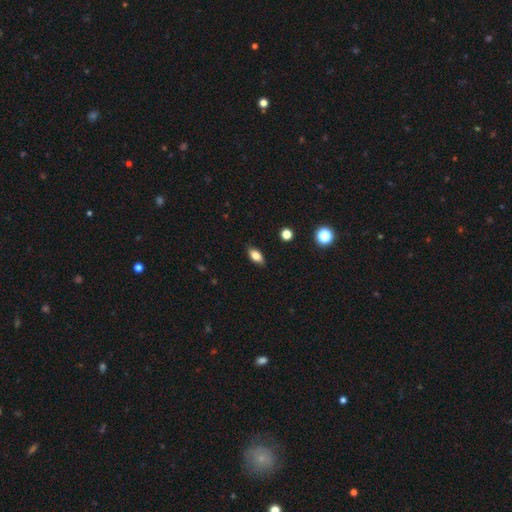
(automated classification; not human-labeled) Smooth or featured?
  - smooth: 79% *
  - featured or disk: 13%
  - star or artifact: 9%
How rounded?
  - in between: 87% *
  - cigar-shaped: 8%
  - round: 6%
Merging?
  - none: 87% *
  - minor disturbance: 10%
  - major disturbance: 2%
  - merger: 1%